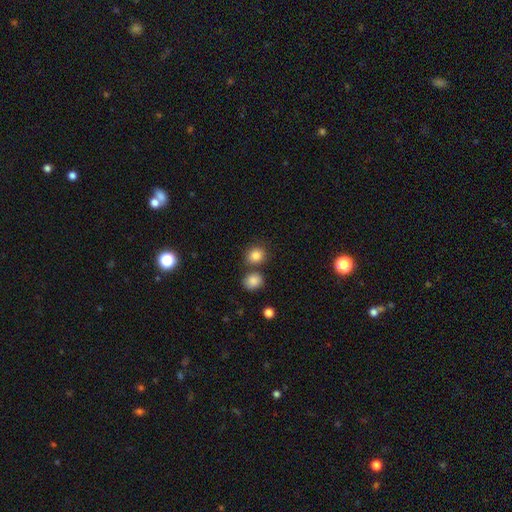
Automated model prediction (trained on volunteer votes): The model was most divided on "merging": none: 67%, merger: 20%, minor disturbance: 10%, major disturbance: 3%. More confident: smooth or featured — smooth (85%); how rounded — round (74%).